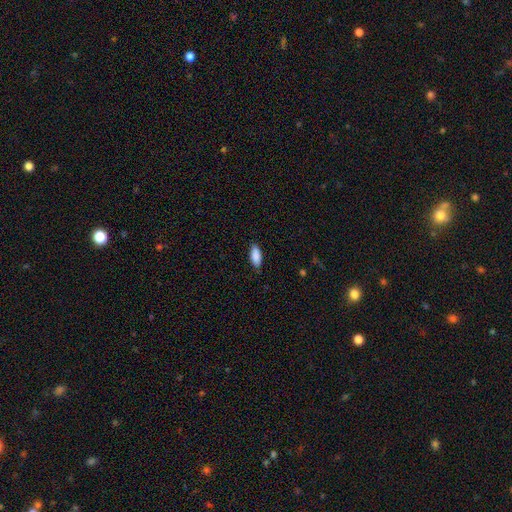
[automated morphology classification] This appears to be a smooth galaxy with no disk features (90%) that is in between round and cigar-shaped (82%). Merging: none (85%).